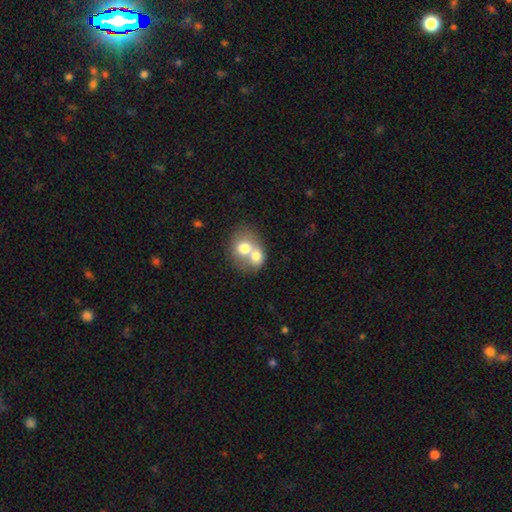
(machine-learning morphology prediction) A smooth galaxy with no disk features (69%) that is round (56%).

Vote fractions:
- Smooth or featured? smooth: 69% / featured or disk: 23% / star or artifact: 8%
- How rounded? round: 56% / in between: 43% / cigar-shaped: 1%
- Merging? merger: 74% / none: 18% / minor disturbance: 5% / major disturbance: 3%